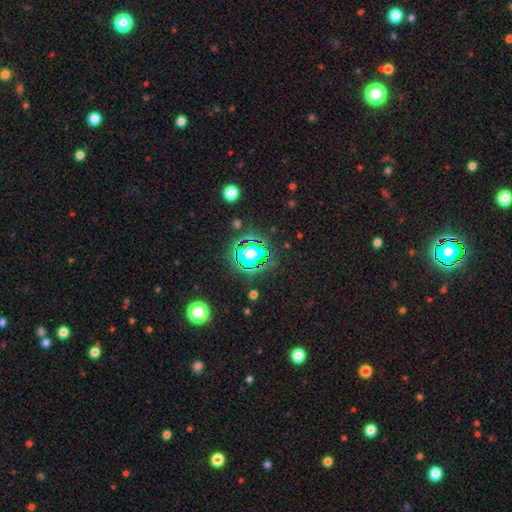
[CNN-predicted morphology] Smooth or featured? star or artifact (80%)